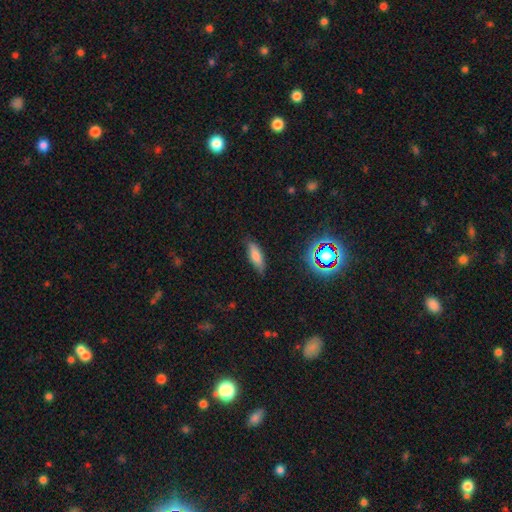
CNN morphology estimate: Smooth or featured? Predicted: smooth (p=0.74). How rounded? Predicted: in between (p=0.59). Merging? Predicted: none (p=0.78).